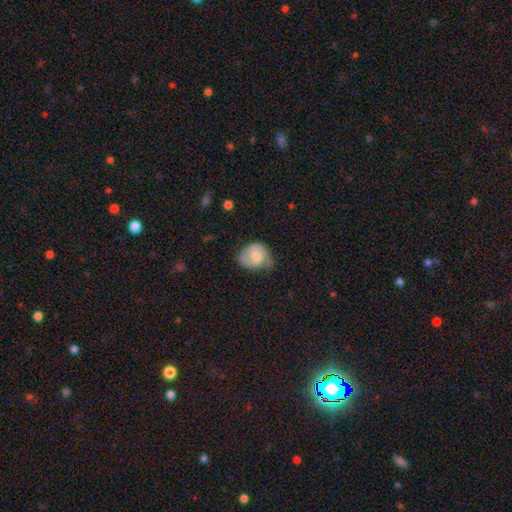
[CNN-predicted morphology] type=featured or disk (48%); merging=none (46%).